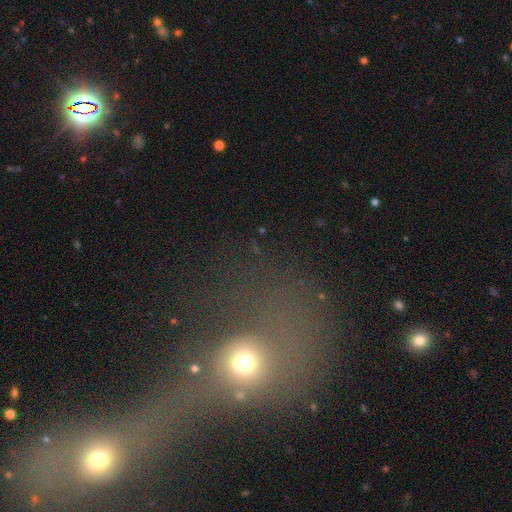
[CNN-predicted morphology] The model was most divided on "merging": merger: 34%, none: 30%, major disturbance: 24%, minor disturbance: 12%. Remaining: smooth or featured — smooth (46%).